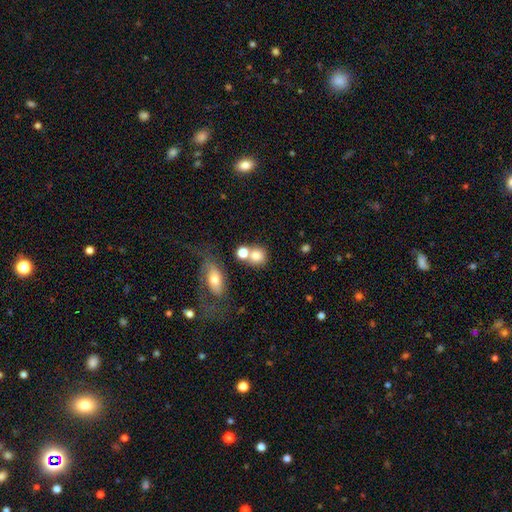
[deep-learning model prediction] Q: Smooth or featured?
A: smooth (77%); runner-up: star or artifact (12%)
Q: How rounded?
A: round (77%); runner-up: in between (21%)
Q: Merging?
A: none (50%); runner-up: merger (35%)